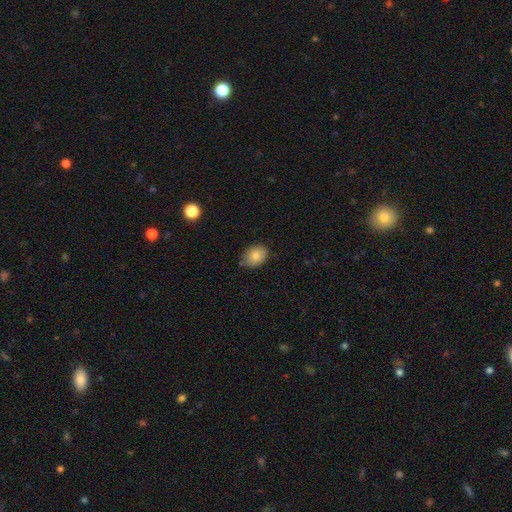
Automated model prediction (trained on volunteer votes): The model was most divided on "how rounded": in between: 68%, round: 31%, cigar-shaped: 1%. More confident: smooth or featured — smooth (84%); merging — none (75%).